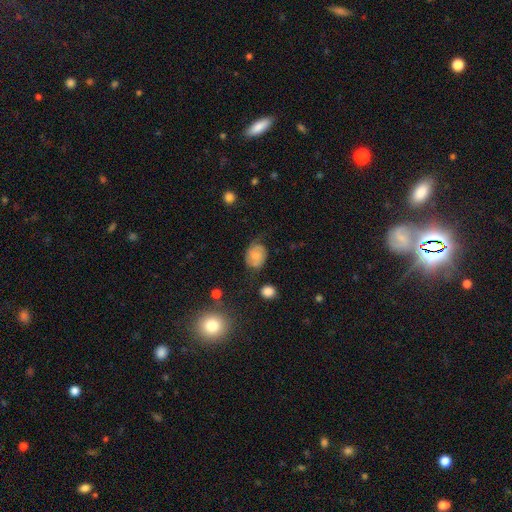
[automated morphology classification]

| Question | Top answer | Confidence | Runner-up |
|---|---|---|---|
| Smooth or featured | featured or disk | 49% | smooth (42%) |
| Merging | none | 62% | minor disturbance (25%) |